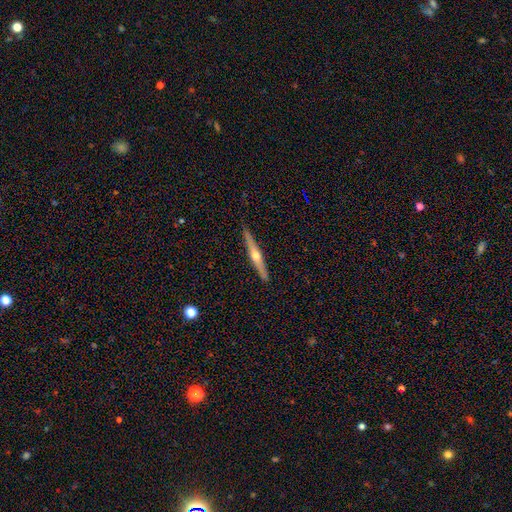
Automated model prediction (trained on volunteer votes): This is likely a featured or disk galaxy (70%). It is clearly viewed edge-on (97%). Edge-on bulge: clearly rounded (92%). Merging: clearly none (91%).